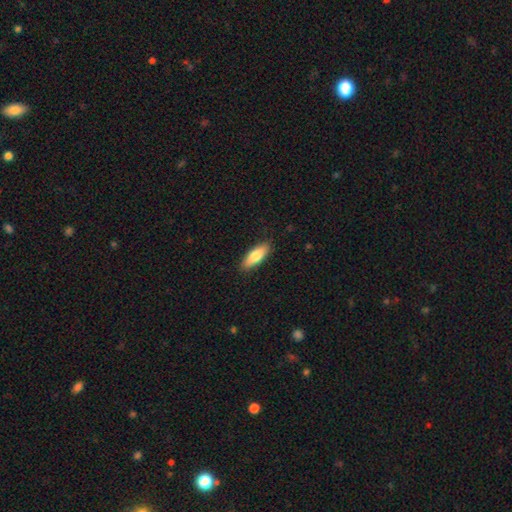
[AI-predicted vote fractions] Smooth or featured?
  - smooth: 77% *
  - featured or disk: 17%
  - star or artifact: 6%
How rounded?
  - in between: 62% *
  - cigar-shaped: 36%
  - round: 2%
Merging?
  - none: 88% *
  - minor disturbance: 9%
  - major disturbance: 2%
  - merger: 1%